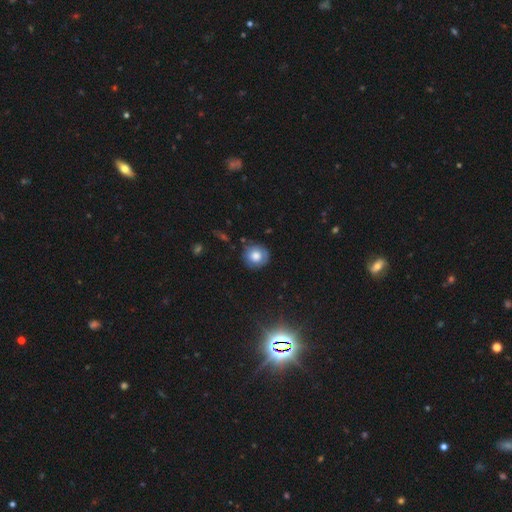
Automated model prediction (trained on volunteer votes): smooth-or-featured: smooth: 73% | featured or disk: 17% | star or artifact: 9%
  how-rounded: round: 89% | in between: 10% | cigar-shaped: 1%
  merging: none: 81% | minor disturbance: 14% | major disturbance: 3% | merger: 2%